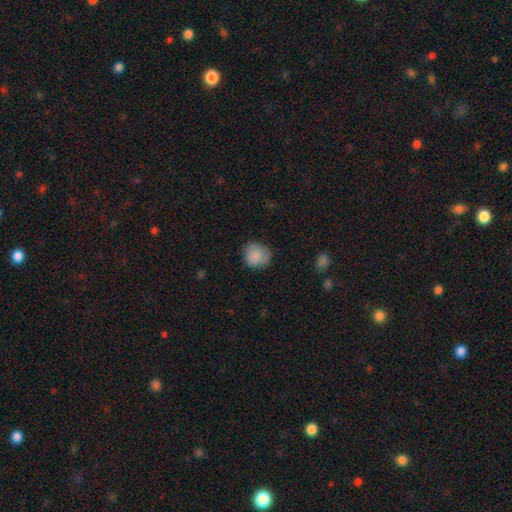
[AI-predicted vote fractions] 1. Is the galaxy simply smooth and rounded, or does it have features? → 86% smooth, 8% star or artifact, 7% featured or disk.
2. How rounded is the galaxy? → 86% round, 13% in between, 1% cigar-shaped.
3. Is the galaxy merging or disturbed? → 81% none, 15% minor disturbance, 3% major disturbance, 1% merger.